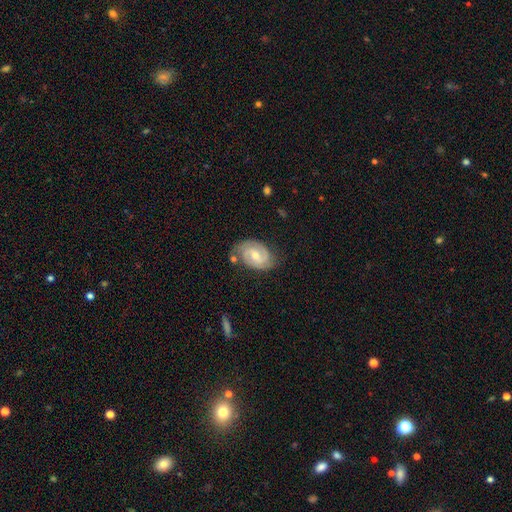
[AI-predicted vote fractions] Smooth or featured?
  - featured or disk: 82% *
  - smooth: 12%
  - star or artifact: 5%
Edge-on disk?
  - no: 97% *
  - yes: 3%
Bar?
  - weak: 48% *
  - no: 42%
  - strong: 11%
Spiral arms?
  - yes: 96% *
  - no: 4%
Spiral winding?
  - tight: 52% *
  - medium: 39%
  - loose: 8%
Spiral arm count?
  - 2: 85% *
  - can't tell: 7%
  - 3: 4%
  - 1: 2%
  - 4: 1%
  - more than 4: 1%
Bulge size?
  - moderate: 55% *
  - small: 40%
  - large: 2%
  - none: 2%
  - dominant: 1%
Merging?
  - none: 73% *
  - minor disturbance: 19%
  - major disturbance: 5%
  - merger: 4%